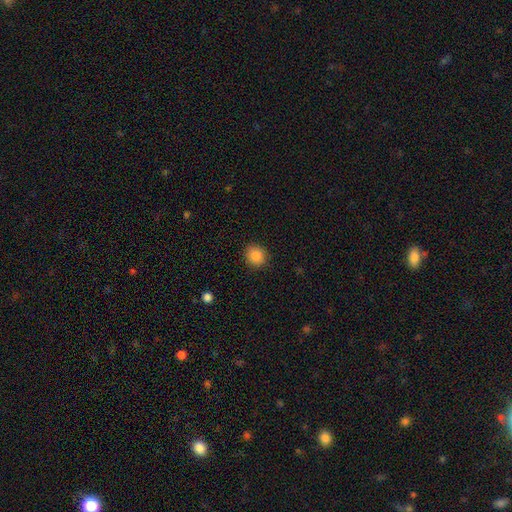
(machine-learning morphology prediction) The model was most divided on "how rounded": round: 81%, in between: 18%, cigar-shaped: 1%. More confident: merging — none (90%); smooth or featured — smooth (87%).